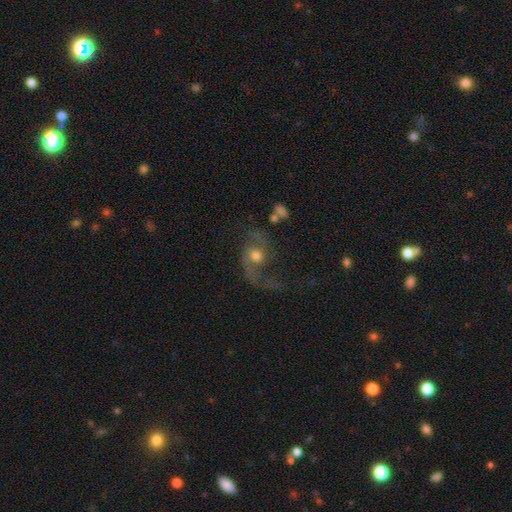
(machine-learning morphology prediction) This appears to be a featured or disk galaxy (79%) with no bar (68%), 2 (83%) loose (61%) spiral arms (92%) and a moderate central bulge (67%). Merging: none (49%).